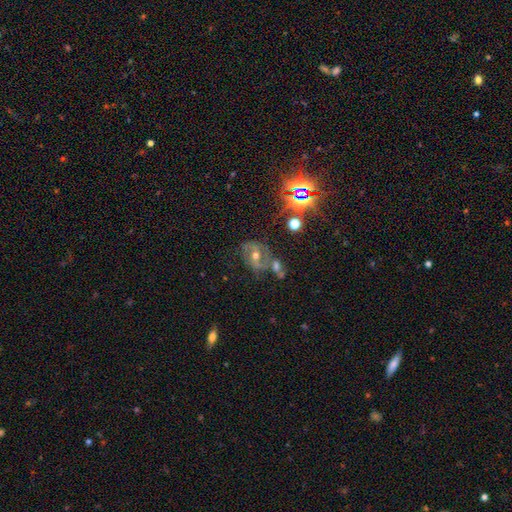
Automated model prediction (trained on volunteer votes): Smooth or featured? featured or disk (54%)
Edge-on disk? no (94%)
Bar? no (43%)
Spiral arms? yes (74%)
Bulge size? moderate (72%)
Merging? none (47%)